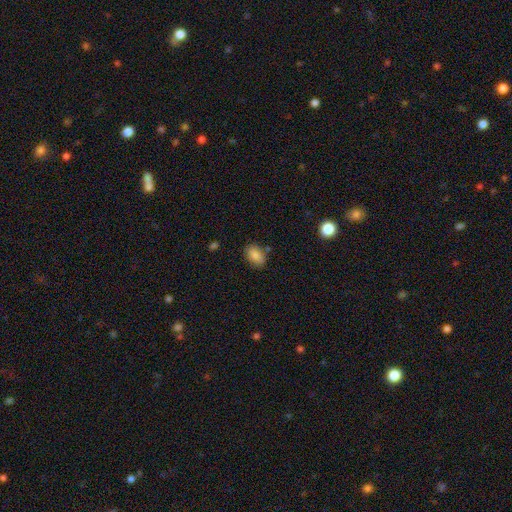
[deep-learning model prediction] Smooth or featured? Predicted: smooth (p=0.84). How rounded? Predicted: in between (p=0.84). Merging? Predicted: none (p=0.79).